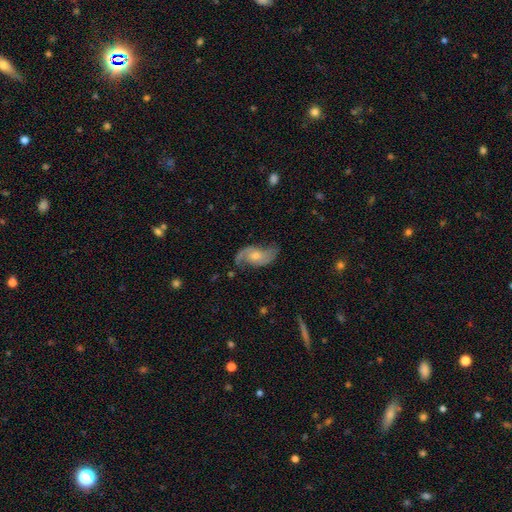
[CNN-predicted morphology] smooth_or_featured: featured or disk (p=0.78) [alt: smooth p=0.15]
disk_edge_on: no (p=0.95) [alt: yes p=0.05]
bar: no (p=0.62) [alt: weak p=0.32]
has_spiral_arms: yes (p=0.93) [alt: no p=0.07]
spiral_winding: loose (p=0.50) [alt: medium p=0.37]
spiral_arm_count: 2 (p=0.86) [alt: can't tell p=0.05]
bulge_size: moderate (p=0.60) [alt: small p=0.30]
merging: none (p=0.63) [alt: minor disturbance p=0.23]